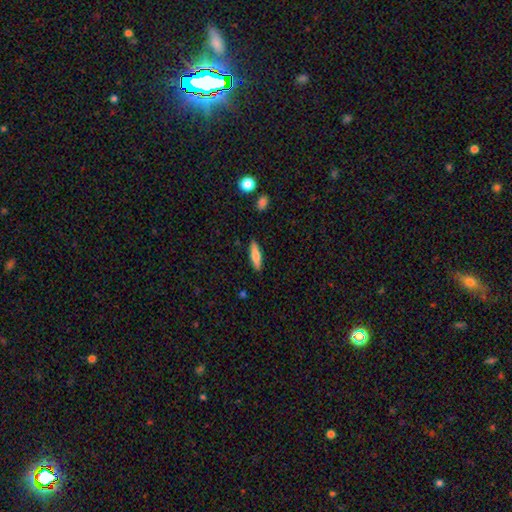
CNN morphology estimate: smooth 70%, featured or disk 24%, star or artifact 6%. Down the decision tree: how rounded — cigar-shaped (70%); merging — none (89%).